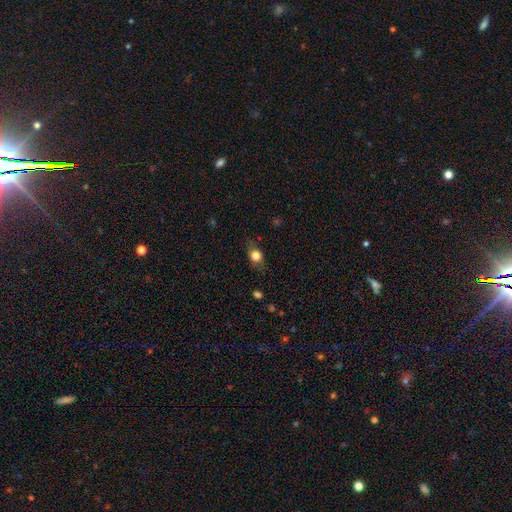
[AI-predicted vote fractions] Q: Smooth or featured?
A: smooth (75%); runner-up: featured or disk (15%)
Q: How rounded?
A: in between (53%); runner-up: round (42%)
Q: Merging?
A: none (74%); runner-up: minor disturbance (19%)